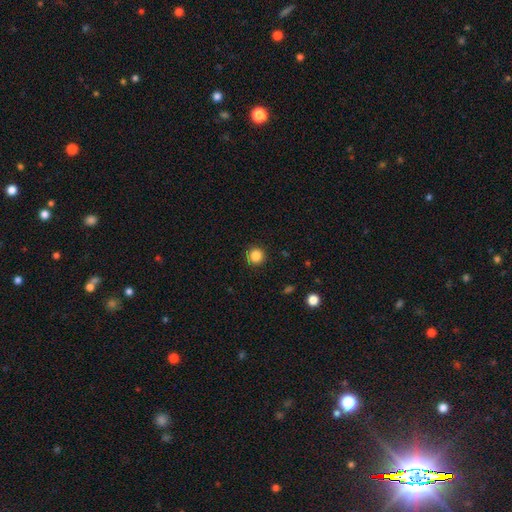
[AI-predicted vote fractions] Overall: smooth (86%). How rounded: round (95%). Merging: none (91%).